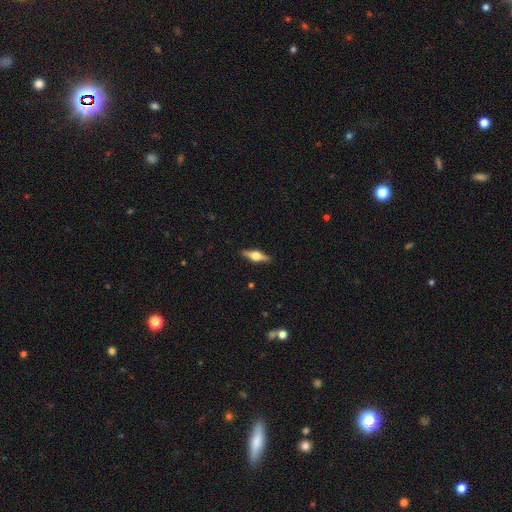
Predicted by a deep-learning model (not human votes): featured or disk 67%, smooth 26%, star or artifact 6%. Down the decision tree: edge-on disk — yes (96%); edge-on bulge — rounded (95%); merging — none (90%).